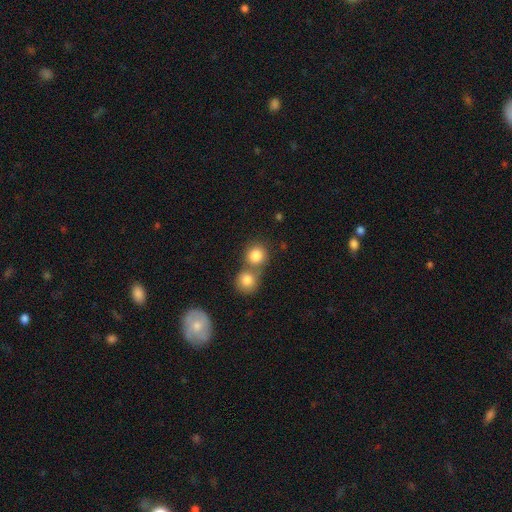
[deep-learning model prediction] Overall: smooth (83%). How rounded: round (86%). Merging: merger (49%; none 42%).